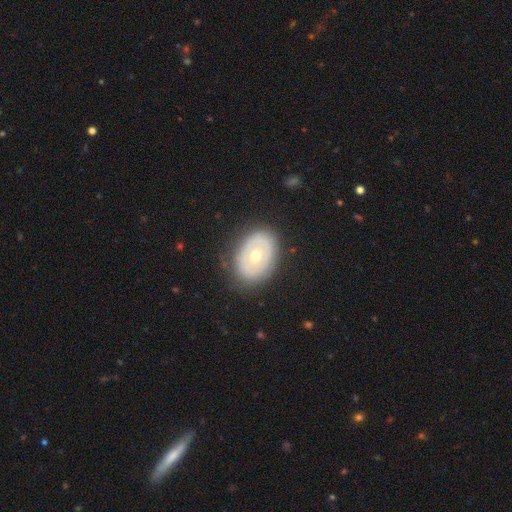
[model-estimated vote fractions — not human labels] Smooth or featured: featured or disk — 52% (smooth — 42%)
Edge-on disk: no — 92% (yes — 8%)
Merging: none — 81% (minor disturbance — 13%)